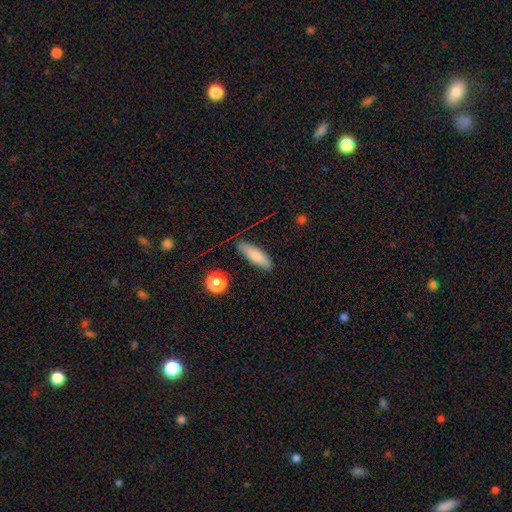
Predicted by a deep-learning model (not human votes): smooth 79%, featured or disk 13%, star or artifact 7%. Down the decision tree: how rounded — cigar-shaped (49%); merging — none (77%).